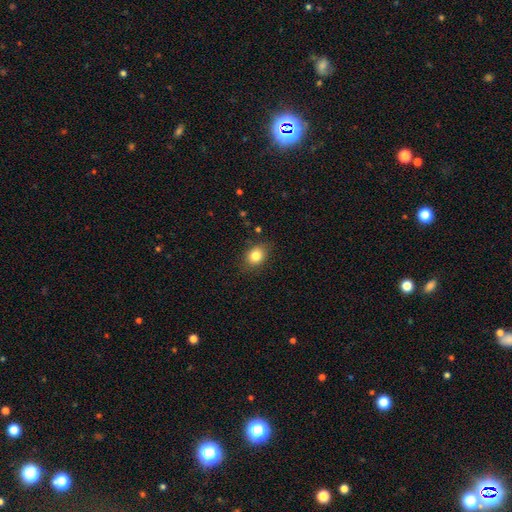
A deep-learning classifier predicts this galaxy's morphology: A smooth galaxy with no disk features (83%) that is round (50%).

Vote fractions:
- Smooth or featured? smooth: 83% / star or artifact: 10% / featured or disk: 7%
- How rounded? round: 50% / in between: 49% / cigar-shaped: 1%
- Merging? none: 84% / minor disturbance: 12% / major disturbance: 3% / merger: 1%